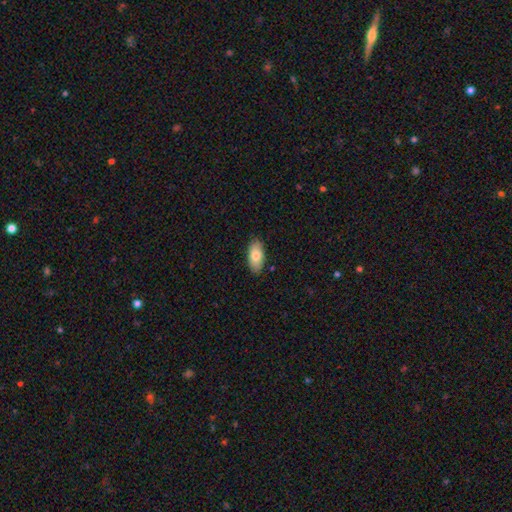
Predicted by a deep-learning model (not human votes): This appears to be a smooth galaxy with no disk features (78%) that is in between round and cigar-shaped (91%). Merging: none (87%).